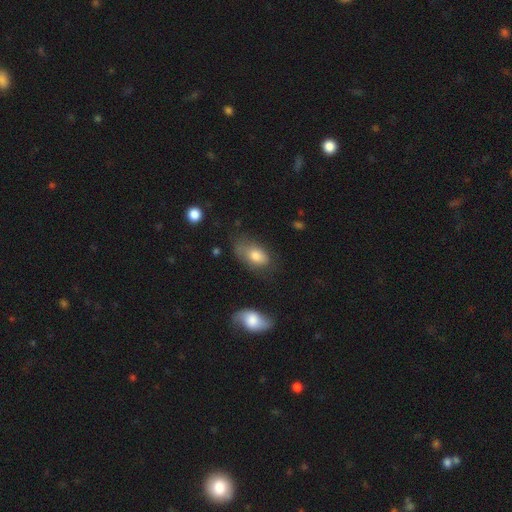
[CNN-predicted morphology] A smooth galaxy with no disk features (75%) that is in between round and cigar-shaped (90%).

Vote fractions:
- Smooth or featured? smooth: 75% / featured or disk: 16% / star or artifact: 8%
- How rounded? in between: 90% / round: 7% / cigar-shaped: 3%
- Merging? none: 46% / minor disturbance: 32% / major disturbance: 18% / merger: 4%